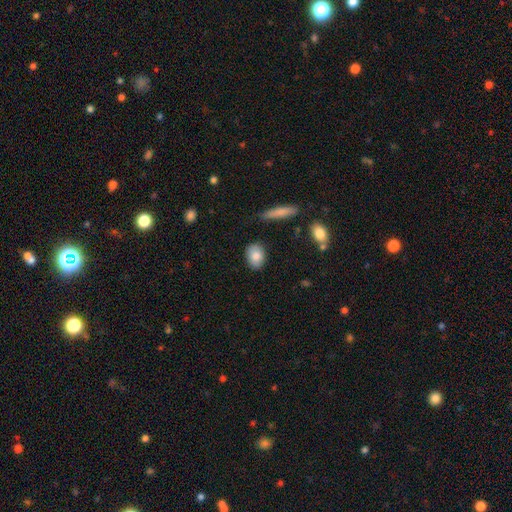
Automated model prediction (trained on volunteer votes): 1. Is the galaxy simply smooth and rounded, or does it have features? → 83% smooth, 10% featured or disk, 7% star or artifact.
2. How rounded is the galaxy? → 75% in between, 22% round, 2% cigar-shaped.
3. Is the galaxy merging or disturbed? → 83% none, 13% minor disturbance, 3% major disturbance, 2% merger.